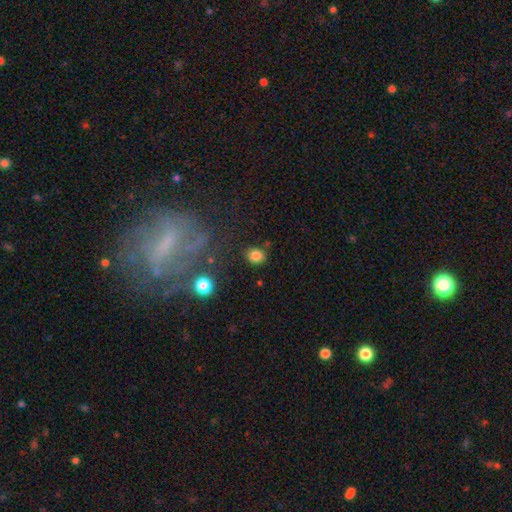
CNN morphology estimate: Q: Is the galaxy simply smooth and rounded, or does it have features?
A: smooth — 82%.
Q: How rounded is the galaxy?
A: round — 79%.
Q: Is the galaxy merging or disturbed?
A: none — 84%.